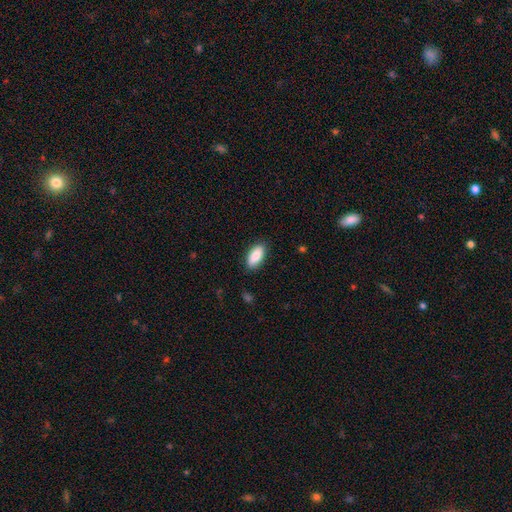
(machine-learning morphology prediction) Smooth or featured? smooth (87%)
How rounded? in between (89%)
Merging? none (87%)